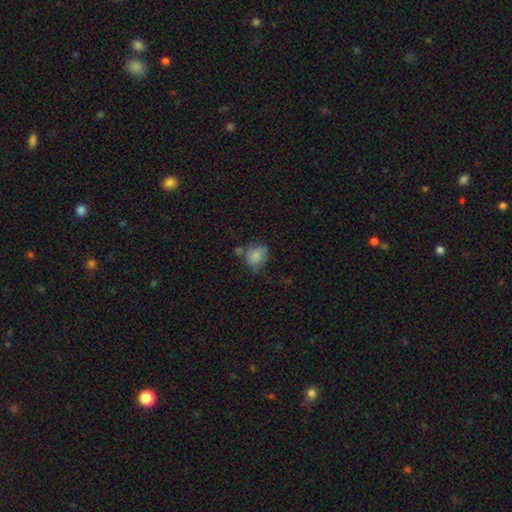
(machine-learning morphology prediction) Smooth or featured?
  - smooth: 78% *
  - featured or disk: 13%
  - star or artifact: 10%
How rounded?
  - in between: 52% *
  - round: 47%
  - cigar-shaped: 1%
Merging?
  - none: 45% *
  - minor disturbance: 27%
  - merger: 15%
  - major disturbance: 14%